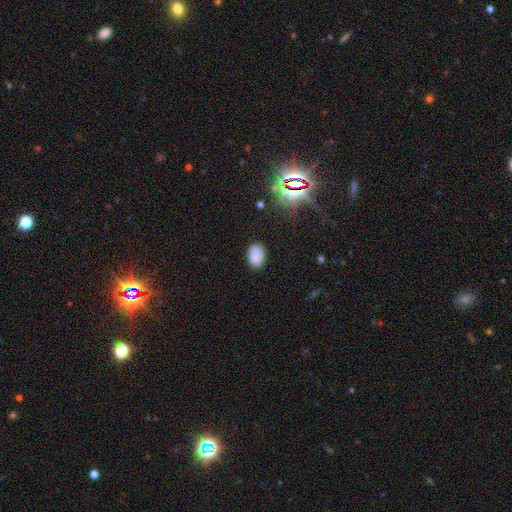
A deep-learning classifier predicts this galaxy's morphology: This is clearly a smooth galaxy (82%). How rounded: clearly in between (83%). Merging: clearly none (82%).